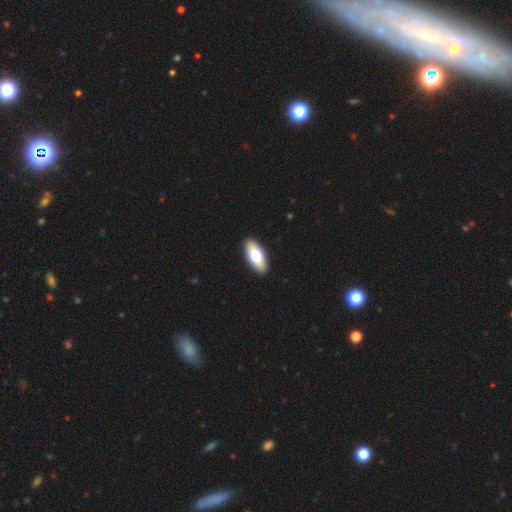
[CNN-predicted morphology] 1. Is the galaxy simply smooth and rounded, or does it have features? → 72% smooth, 23% featured or disk, 5% star or artifact.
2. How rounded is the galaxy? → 85% in between, 12% cigar-shaped, 2% round.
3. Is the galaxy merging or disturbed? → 92% none, 6% minor disturbance, 1% major disturbance, 1% merger.